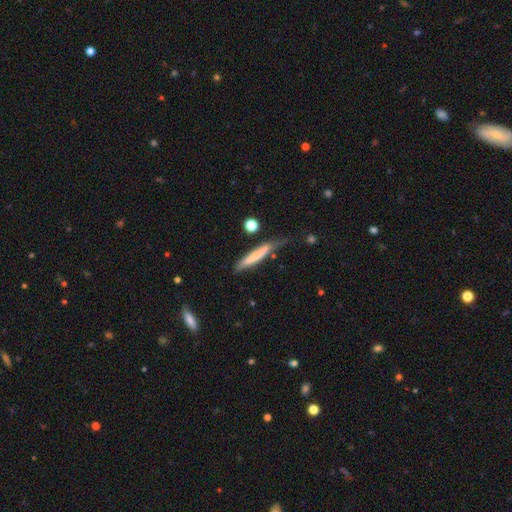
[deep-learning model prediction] Smooth or featured? Predicted: smooth (p=0.66). How rounded? Predicted: cigar-shaped (p=0.92). Merging? Predicted: none (p=0.58).